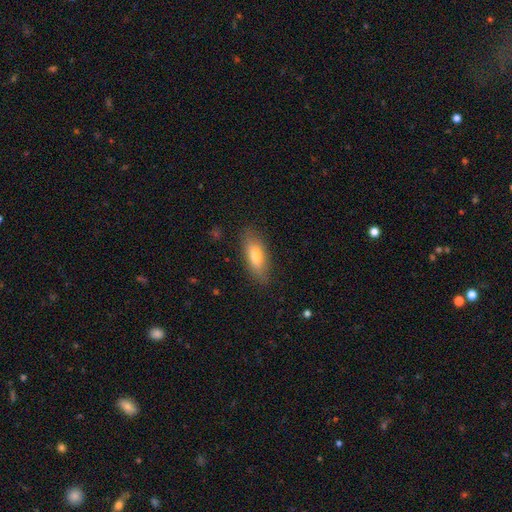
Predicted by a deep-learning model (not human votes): This appears to be a smooth galaxy with no disk features (74%) that is in between round and cigar-shaped (71%). Merging: none (83%).